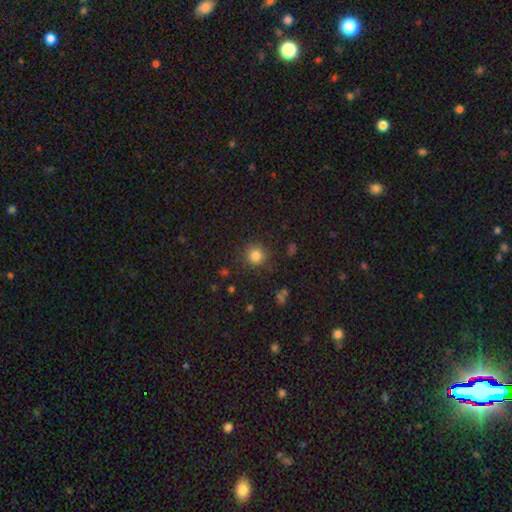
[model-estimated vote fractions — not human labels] smooth 83%, star or artifact 12%, featured or disk 5%. Down the decision tree: how rounded — round (93%); merging — none (88%).